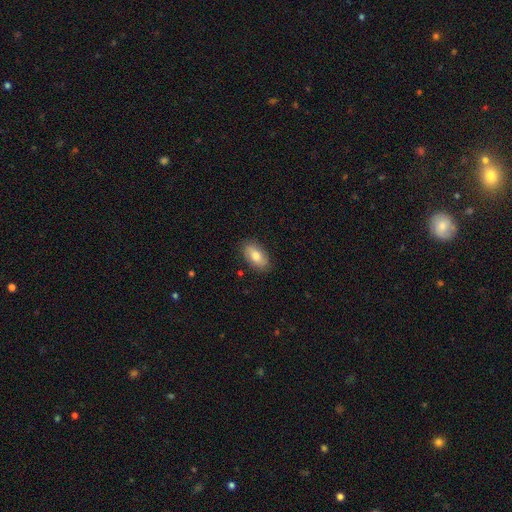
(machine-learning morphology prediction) Smooth or featured?
  - smooth: 71% *
  - featured or disk: 22%
  - star or artifact: 7%
How rounded?
  - in between: 92% *
  - round: 5%
  - cigar-shaped: 3%
Merging?
  - none: 84% *
  - minor disturbance: 12%
  - major disturbance: 3%
  - merger: 1%